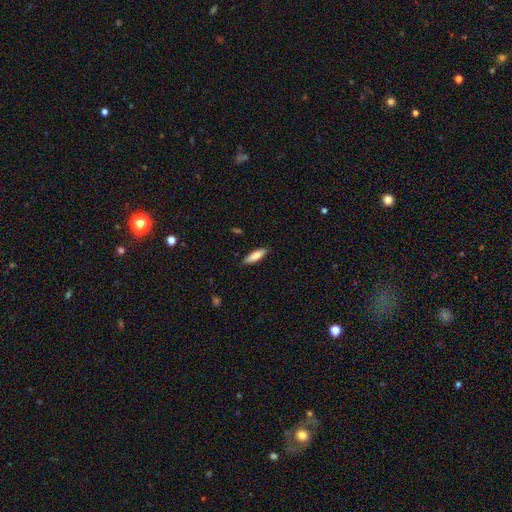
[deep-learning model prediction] Smooth or featured? Predicted: smooth (p=0.83). How rounded? Predicted: cigar-shaped (p=0.55). Merging? Predicted: none (p=0.87).